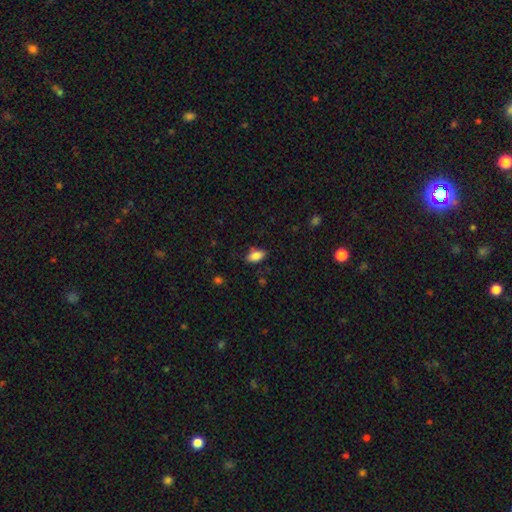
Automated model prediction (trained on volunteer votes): smooth_or_featured: smooth (p=0.84) [alt: star or artifact p=0.08]
how_rounded: in between (p=0.91) [alt: cigar-shaped p=0.05]
merging: none (p=0.79) [alt: minor disturbance p=0.16]